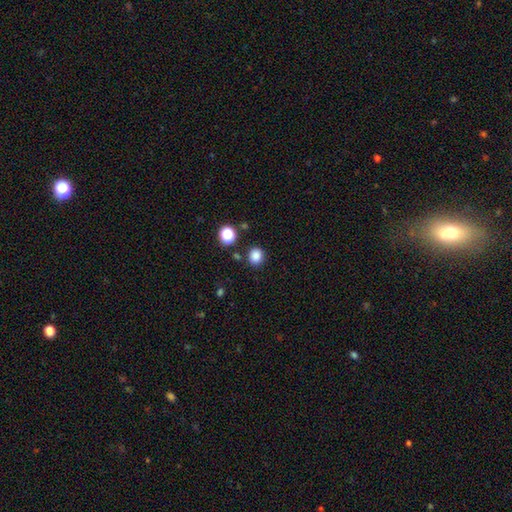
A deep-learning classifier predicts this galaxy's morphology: This is clearly a smooth galaxy (84%). How rounded: clearly round (82%). Merging: clearly none (85%).